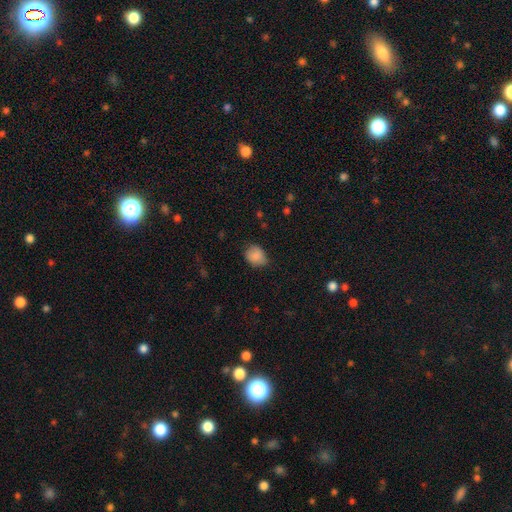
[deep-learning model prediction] This is clearly a smooth galaxy (84%). How rounded: possibly round (53%). Merging: likely none (64%).